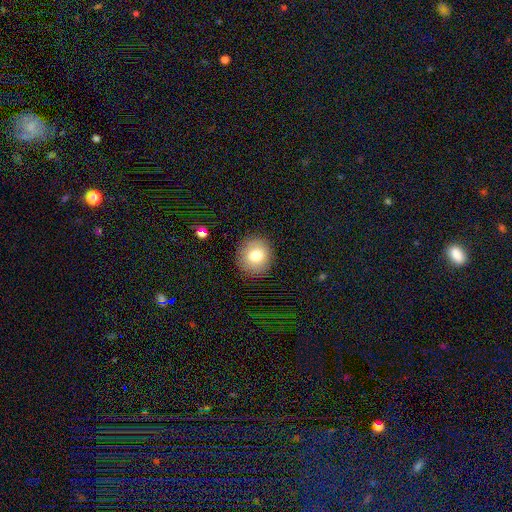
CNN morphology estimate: Q: Smooth or featured?
A: smooth (77%); runner-up: featured or disk (13%)
Q: How rounded?
A: round (86%); runner-up: in between (13%)
Q: Merging?
A: none (89%); runner-up: minor disturbance (7%)